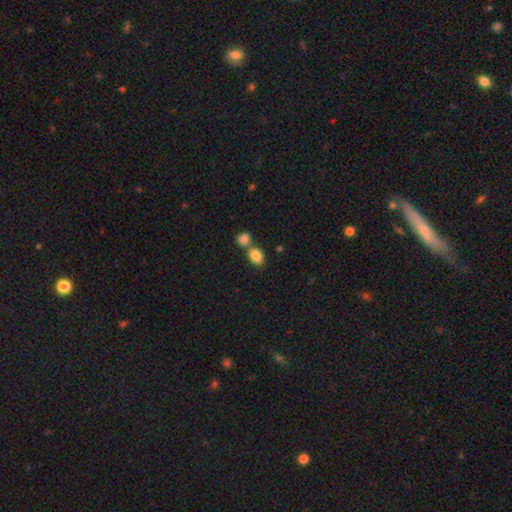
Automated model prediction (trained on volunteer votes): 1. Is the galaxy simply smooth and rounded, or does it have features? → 85% smooth, 9% star or artifact, 6% featured or disk.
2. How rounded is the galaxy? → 55% in between, 44% round, 1% cigar-shaped.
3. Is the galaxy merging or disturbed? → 51% none, 37% merger, 9% minor disturbance, 3% major disturbance.